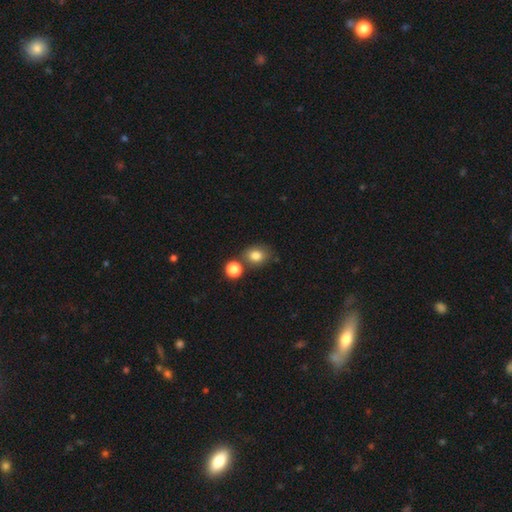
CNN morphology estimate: This appears to be a smooth galaxy with no disk features (81%) that is round (53%). Merging: none (67%).